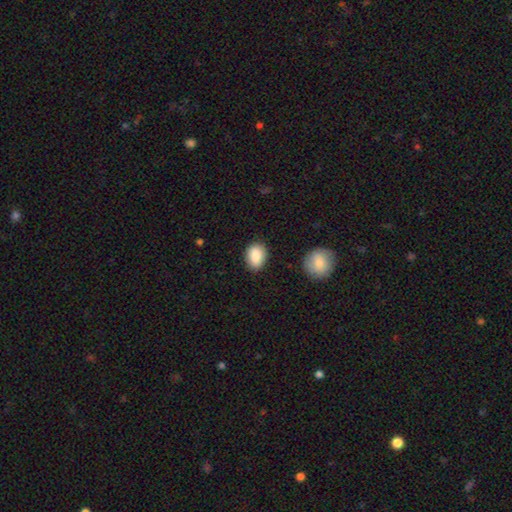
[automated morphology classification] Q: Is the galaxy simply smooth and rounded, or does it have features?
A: smooth — 87%.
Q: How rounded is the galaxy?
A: in between — 78%.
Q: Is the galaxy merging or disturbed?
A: none — 82%.